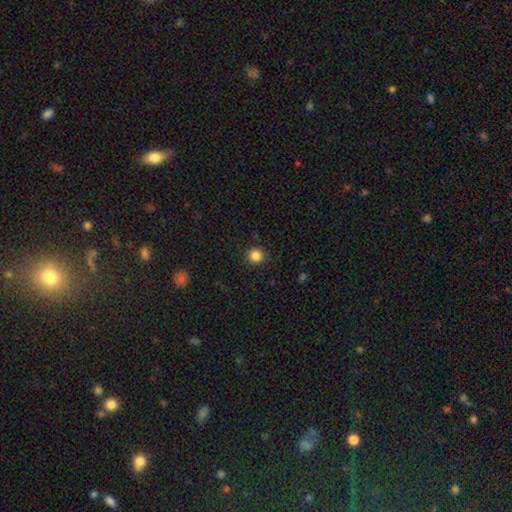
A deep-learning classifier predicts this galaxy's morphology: Q: Smooth or featured?
A: smooth (85%); runner-up: star or artifact (11%)
Q: How rounded?
A: round (94%); runner-up: in between (5%)
Q: Merging?
A: none (92%); runner-up: minor disturbance (5%)